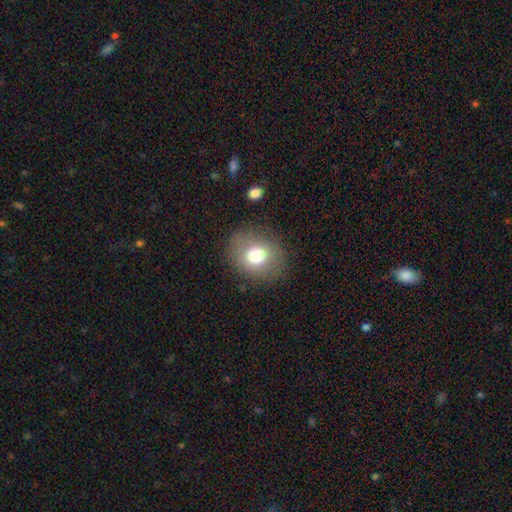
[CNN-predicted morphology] Overall: smooth (73%). How rounded: round (64%; in between 35%). Merging: none (86%).